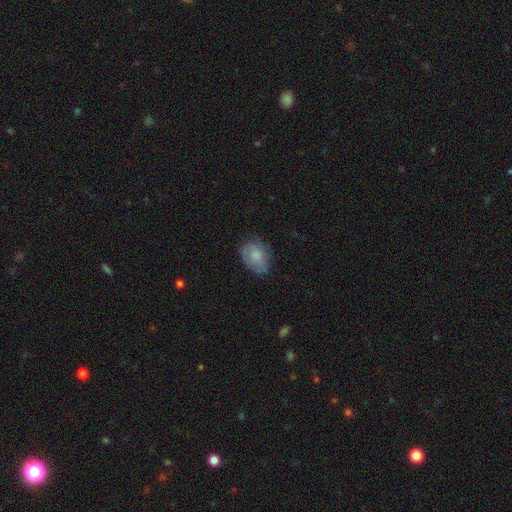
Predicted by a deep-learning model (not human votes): The model was most divided on "merging": none: 66%, minor disturbance: 25%, major disturbance: 7%, merger: 1%. More confident: smooth or featured — smooth (77%); how rounded — in between (73%).